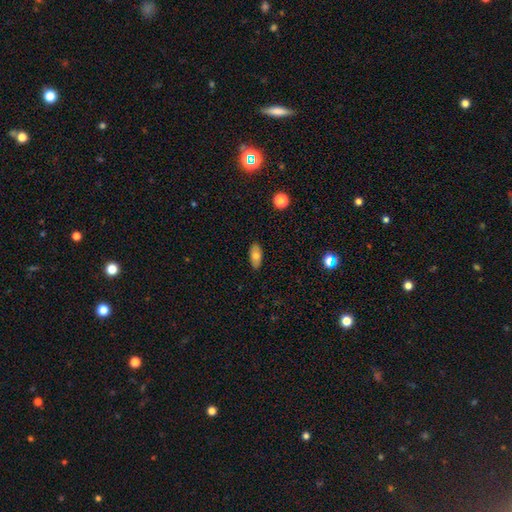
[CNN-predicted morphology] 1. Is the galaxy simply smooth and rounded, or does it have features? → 74% smooth, 19% featured or disk, 8% star or artifact.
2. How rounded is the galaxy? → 91% in between, 6% cigar-shaped, 4% round.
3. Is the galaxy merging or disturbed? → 87% none, 10% minor disturbance, 2% major disturbance, 1% merger.